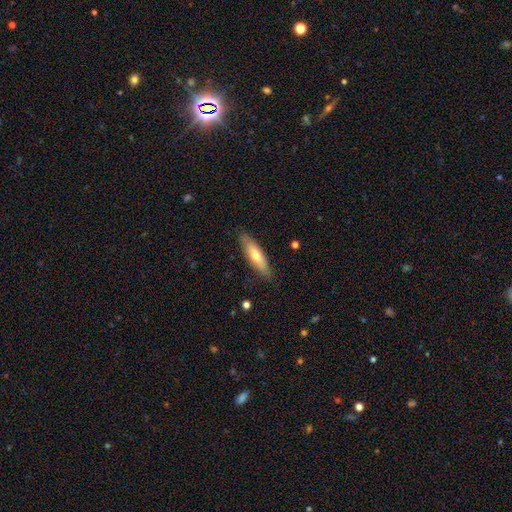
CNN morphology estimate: Smooth or featured? smooth (62%)
How rounded? cigar-shaped (62%)
Merging? none (85%)